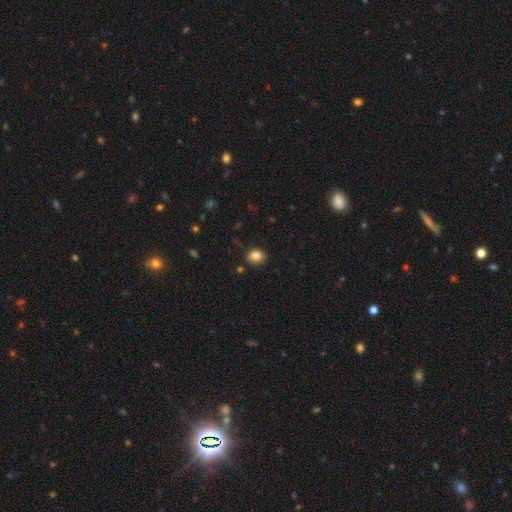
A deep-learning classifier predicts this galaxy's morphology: Smooth or featured? smooth (84%)
How rounded? round (80%)
Merging? none (87%)